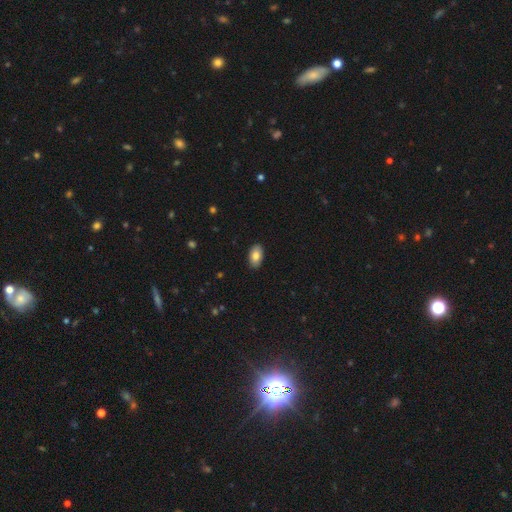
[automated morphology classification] Smooth or featured?
  - smooth: 82% *
  - featured or disk: 11%
  - star or artifact: 7%
How rounded?
  - in between: 94% *
  - round: 4%
  - cigar-shaped: 2%
Merging?
  - none: 90% *
  - minor disturbance: 8%
  - major disturbance: 2%
  - merger: 1%